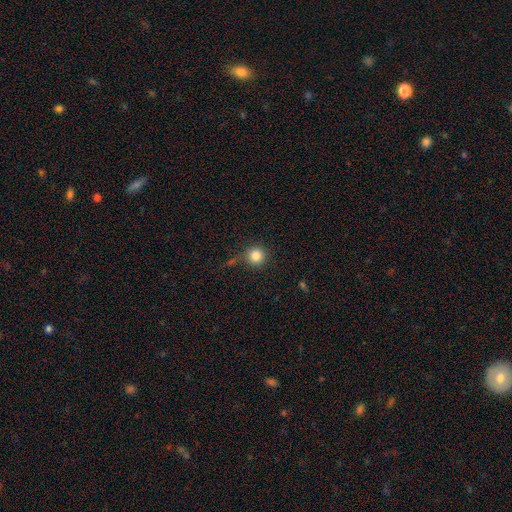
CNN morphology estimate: type=smooth (84%); roundness=round (94%); merging=none (77%).